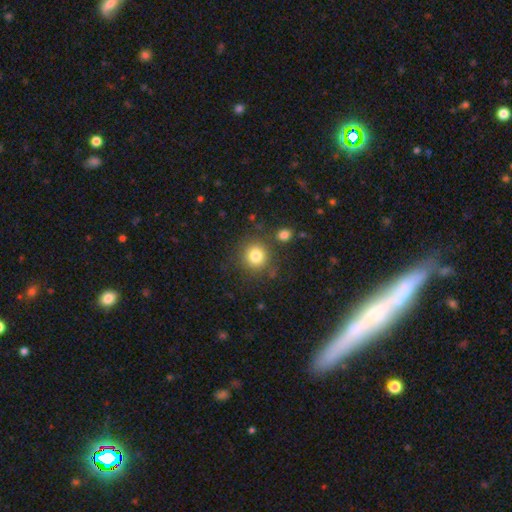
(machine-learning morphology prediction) The model was most divided on "smooth or featured": smooth: 81%, star or artifact: 11%, featured or disk: 8%. More confident: how rounded — round (91%); merging — none (82%).